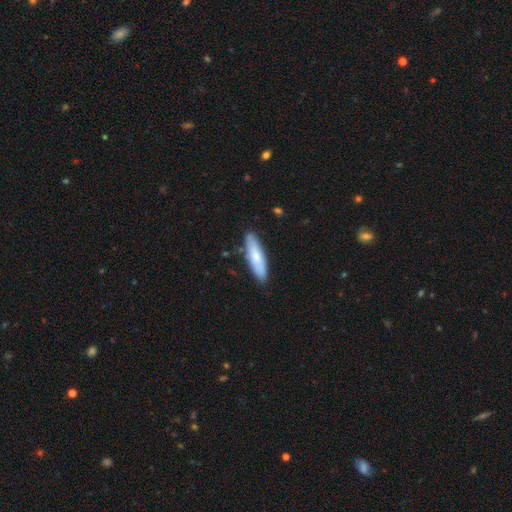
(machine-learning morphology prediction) smooth-or-featured: smooth: 72% | featured or disk: 23% | star or artifact: 5%
  how-rounded: cigar-shaped: 62% | in between: 37% | round: 2%
  merging: none: 84% | minor disturbance: 12% | major disturbance: 2% | merger: 2%